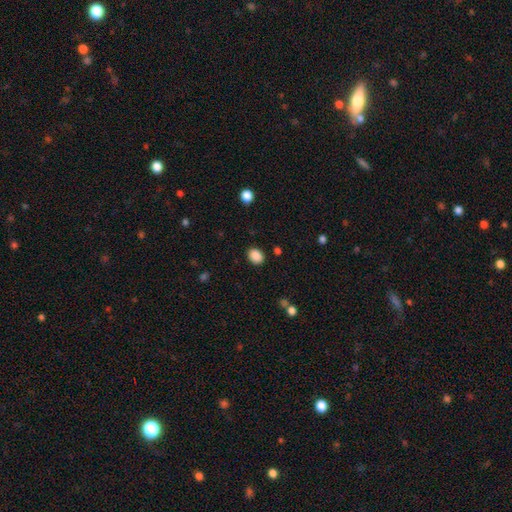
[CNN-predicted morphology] A smooth galaxy with no disk features (88%) that is in between round and cigar-shaped (55%).

Vote fractions:
- Smooth or featured? smooth: 88% / star or artifact: 9% / featured or disk: 3%
- How rounded? in between: 55% / round: 44% / cigar-shaped: 1%
- Merging? none: 87% / minor disturbance: 9% / major disturbance: 3% / merger: 1%